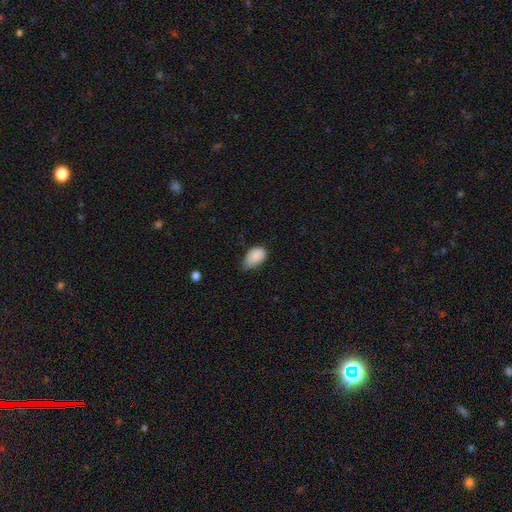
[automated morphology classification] Smooth or featured?
  - smooth: 87% *
  - star or artifact: 8%
  - featured or disk: 5%
How rounded?
  - in between: 90% *
  - round: 9%
  - cigar-shaped: 1%
Merging?
  - minor disturbance: 53% *
  - none: 35%
  - major disturbance: 10%
  - merger: 2%